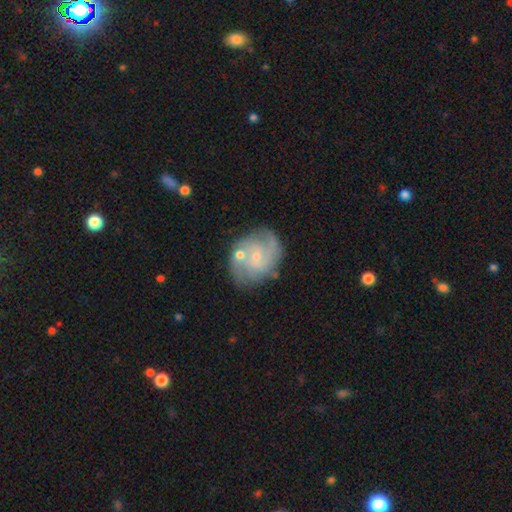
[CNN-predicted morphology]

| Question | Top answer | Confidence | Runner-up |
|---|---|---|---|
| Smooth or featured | featured or disk | 77% | smooth (16%) |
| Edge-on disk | no | 98% | yes (2%) |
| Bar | no | 64% | weak (32%) |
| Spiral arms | yes | 91% | no (9%) |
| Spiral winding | medium | 46% | tight (36%) |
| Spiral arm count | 2 | 57% | can't tell (19%) |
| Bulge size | small | 78% | moderate (16%) |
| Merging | none | 63% | minor disturbance (18%) |